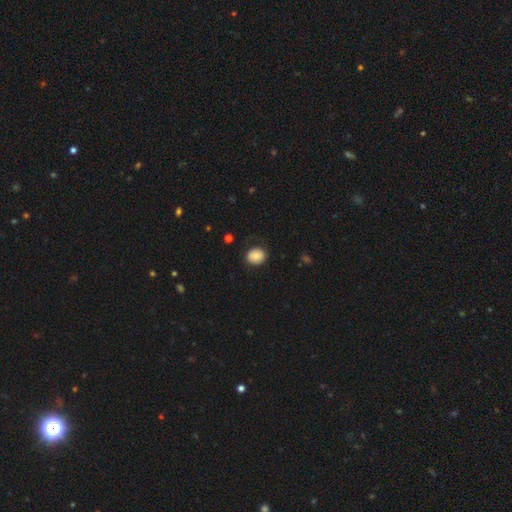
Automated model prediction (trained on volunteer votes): Smooth or featured? smooth (76%)
How rounded? round (71%)
Merging? none (80%)